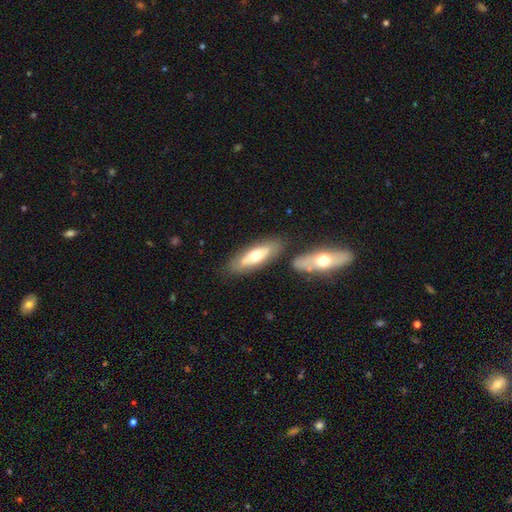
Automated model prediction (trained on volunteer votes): smooth 50%, featured or disk 45%, star or artifact 6%. Down the decision tree: merging — none (75%).